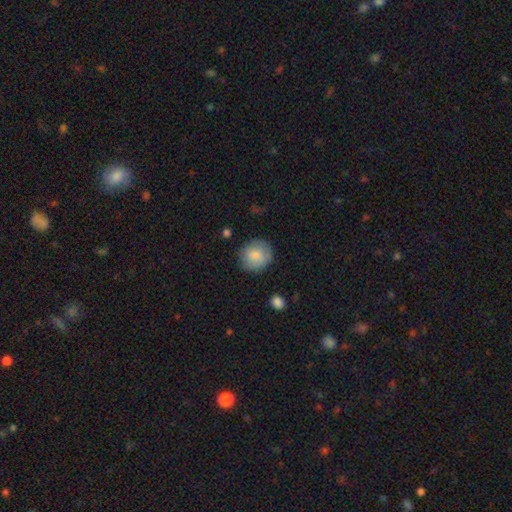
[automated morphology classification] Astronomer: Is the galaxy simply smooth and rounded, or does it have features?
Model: smooth — 82%.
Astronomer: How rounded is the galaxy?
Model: round — 84%.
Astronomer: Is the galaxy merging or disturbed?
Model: none — 80%.